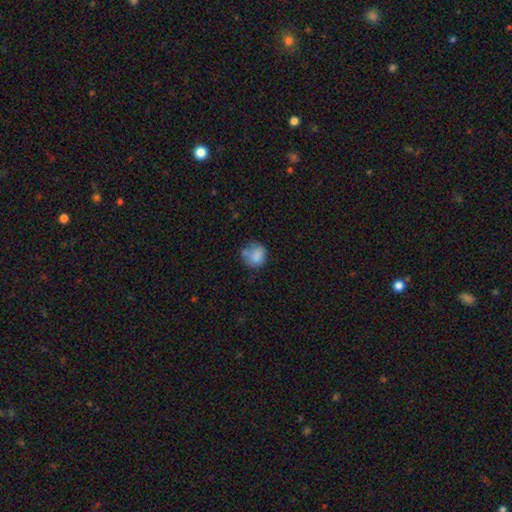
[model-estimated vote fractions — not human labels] This is likely a smooth galaxy (77%). How rounded: likely round (75%). Merging: possibly none (50%).